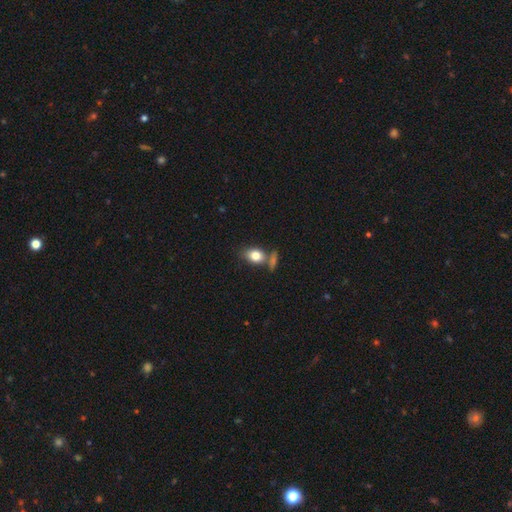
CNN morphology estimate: The model was most divided on "merging": none: 54%, merger: 25%, minor disturbance: 15%, major disturbance: 6%. More confident: smooth or featured — smooth (80%); how rounded — in between (73%).